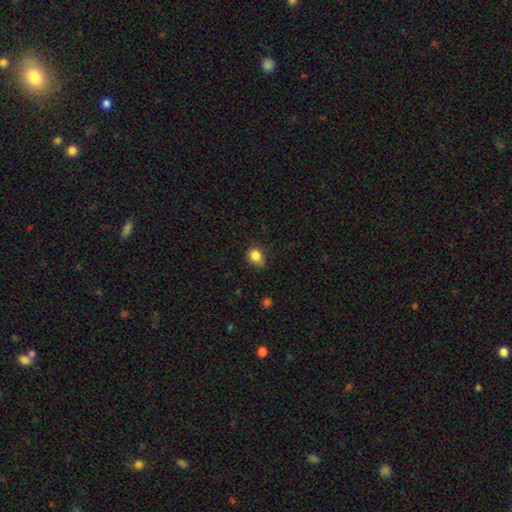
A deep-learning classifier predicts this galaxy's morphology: Smooth or featured?
  - smooth: 84% *
  - star or artifact: 10%
  - featured or disk: 6%
How rounded?
  - round: 56% *
  - in between: 43%
  - cigar-shaped: 1%
Merging?
  - none: 61% *
  - minor disturbance: 31%
  - major disturbance: 6%
  - merger: 2%